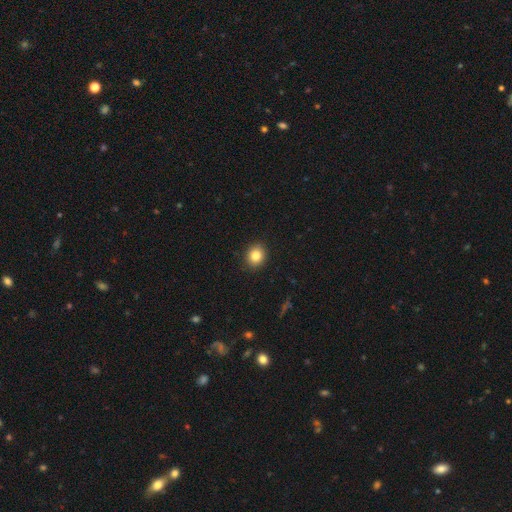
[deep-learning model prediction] smooth 84%, star or artifact 10%, featured or disk 6%. Down the decision tree: how rounded — round (75%); merging — none (91%).